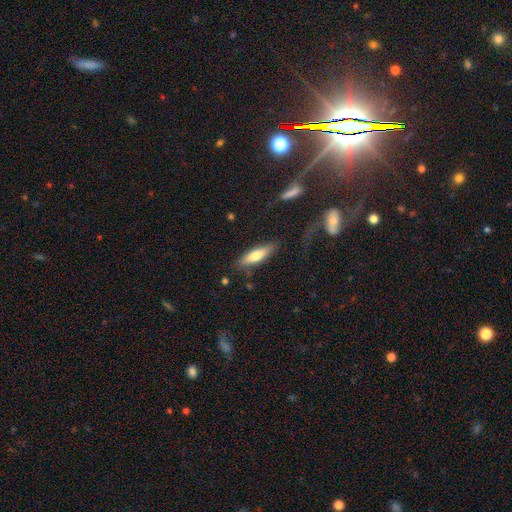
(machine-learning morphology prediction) This is likely a smooth galaxy (69%). How rounded: possibly cigar-shaped (58%). Merging: likely none (79%).